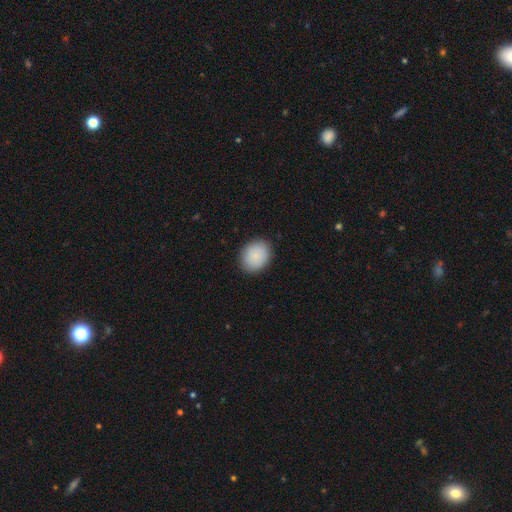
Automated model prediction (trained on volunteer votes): Smooth or featured: smooth — 88% (star or artifact — 7%)
How rounded: round — 58% (in between — 41%)
Merging: none — 89% (minor disturbance — 8%)